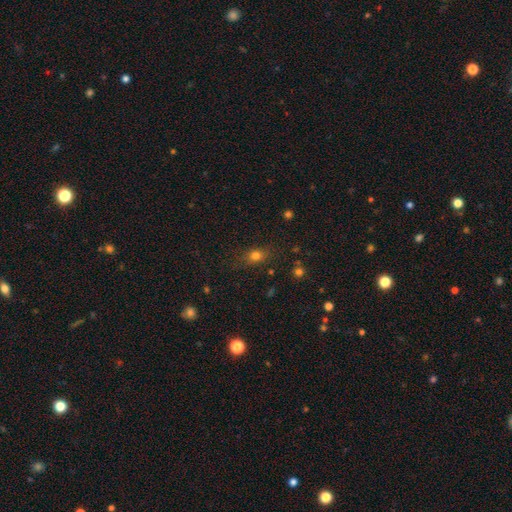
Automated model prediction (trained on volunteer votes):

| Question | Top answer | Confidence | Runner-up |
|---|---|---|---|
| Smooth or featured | smooth | 75% | star or artifact (15%) |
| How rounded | in between | 56% | round (38%) |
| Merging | none | 78% | minor disturbance (15%) |